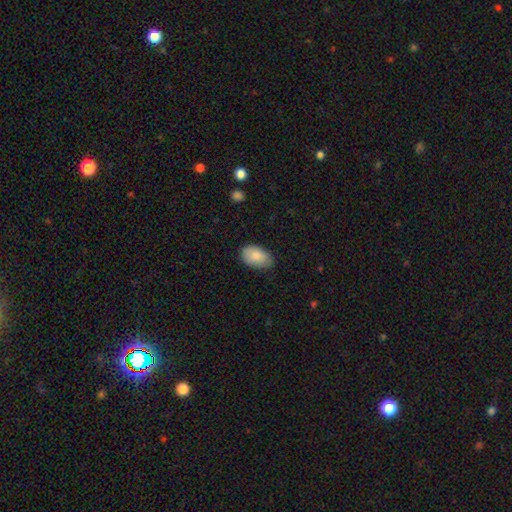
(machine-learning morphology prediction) smooth 85%, featured or disk 9%, star or artifact 6%. Down the decision tree: how rounded — in between (93%); merging — none (76%).